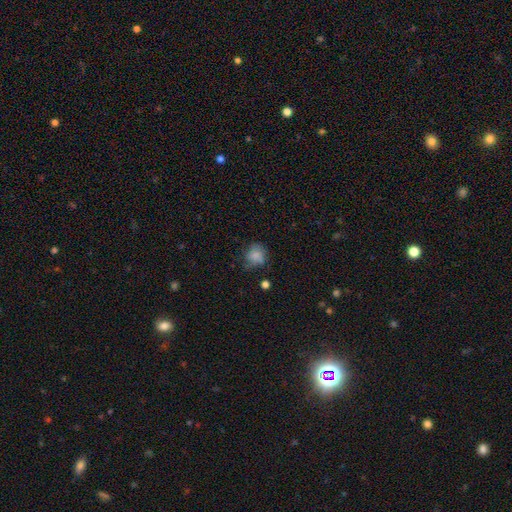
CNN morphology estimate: Overall: smooth (75%). How rounded: round (76%). Merging: none (56%; minor disturbance 28%).